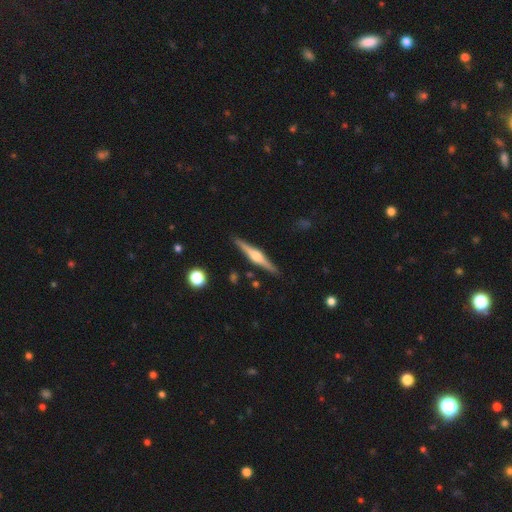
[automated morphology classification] Smooth or featured? featured or disk (78%)
Edge-on disk? yes (98%)
Edge-on bulge? rounded (89%)
Merging? none (91%)